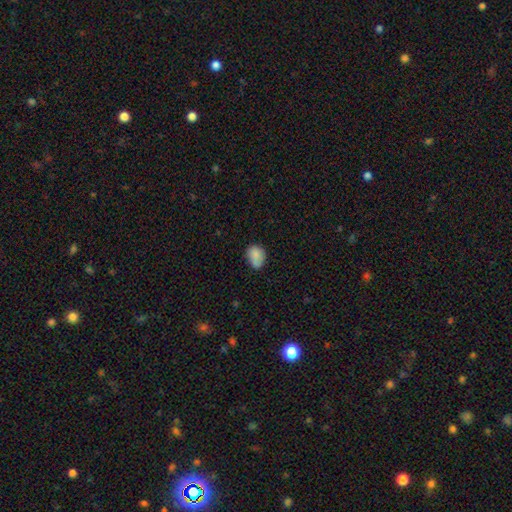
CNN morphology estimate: Smooth or featured? Predicted: smooth (p=0.81). How rounded? Predicted: in between (p=0.65). Merging? Predicted: none (p=0.56).